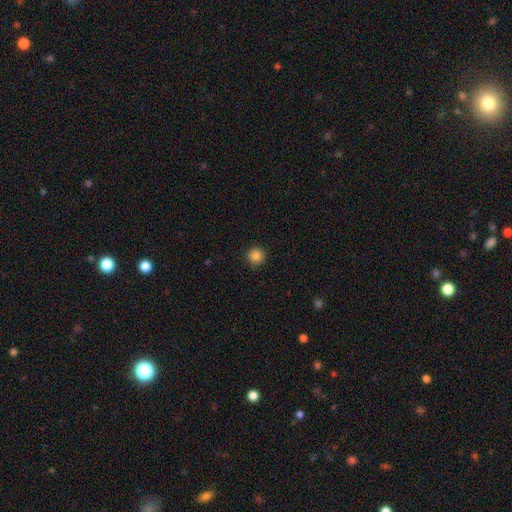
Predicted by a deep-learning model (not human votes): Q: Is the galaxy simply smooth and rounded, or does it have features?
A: smooth — 86%.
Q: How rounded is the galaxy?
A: round — 95%.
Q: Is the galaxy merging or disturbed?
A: none — 93%.